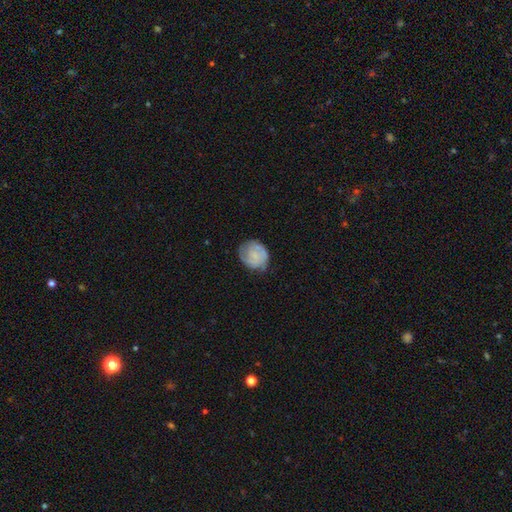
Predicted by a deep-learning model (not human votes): Q: Smooth or featured?
A: featured or disk (52%); runner-up: smooth (41%)
Q: Edge-on disk?
A: no (98%); runner-up: yes (2%)
Q: Bar?
A: no (66%); runner-up: weak (28%)
Q: Spiral arms?
A: yes (77%); runner-up: no (23%)
Q: Bulge size?
A: none (42%); runner-up: small (36%)
Q: Merging?
A: none (65%); runner-up: minor disturbance (25%)